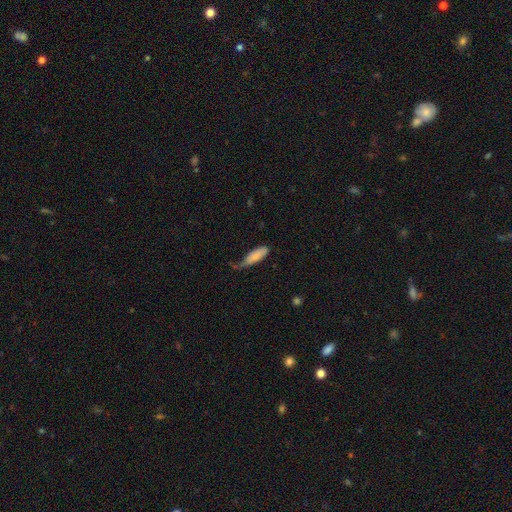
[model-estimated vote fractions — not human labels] smooth-or-featured: smooth: 77% | featured or disk: 16% | star or artifact: 6%
  how-rounded: in between: 59% | cigar-shaped: 39% | round: 2%
  merging: minor disturbance: 42% | none: 33% | major disturbance: 20% | merger: 5%